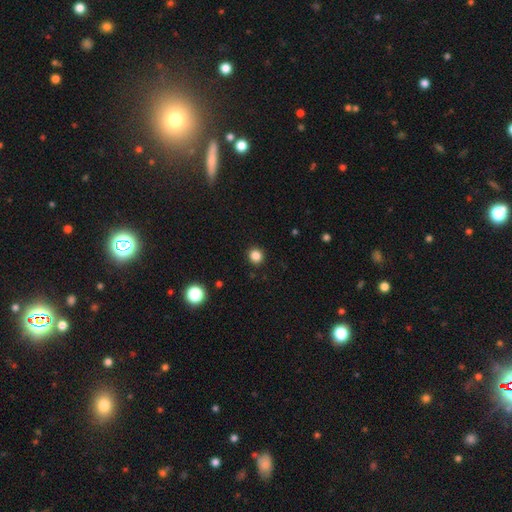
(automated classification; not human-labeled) Smooth or featured: smooth — 85% (star or artifact — 12%)
How rounded: round — 89% (in between — 10%)
Merging: none — 92% (minor disturbance — 5%)